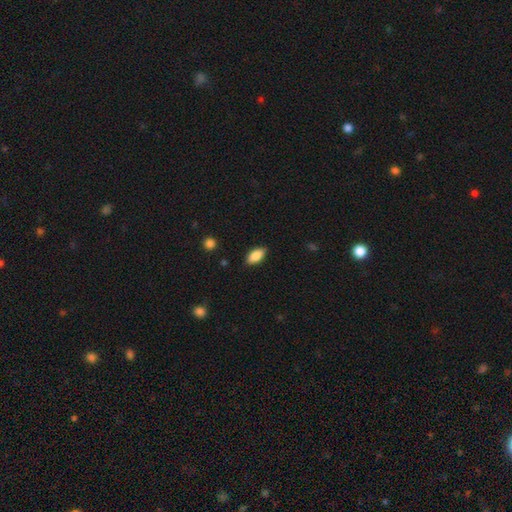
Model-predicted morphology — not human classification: type=smooth (85%); roundness=in between (90%); merging=none (87%).